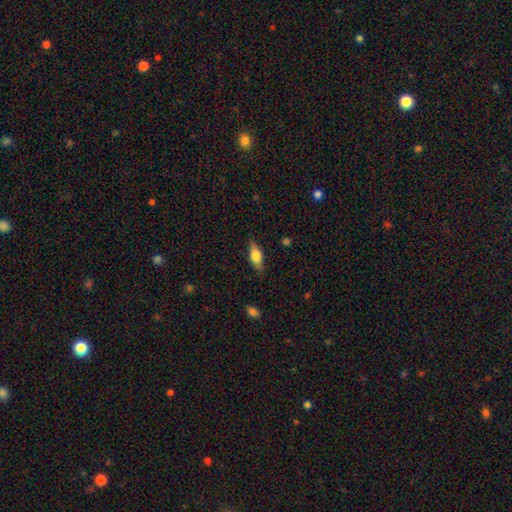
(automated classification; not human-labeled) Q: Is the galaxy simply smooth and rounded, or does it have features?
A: smooth — 63%.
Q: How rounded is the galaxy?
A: in between — 75%.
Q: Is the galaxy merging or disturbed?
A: none — 80%.